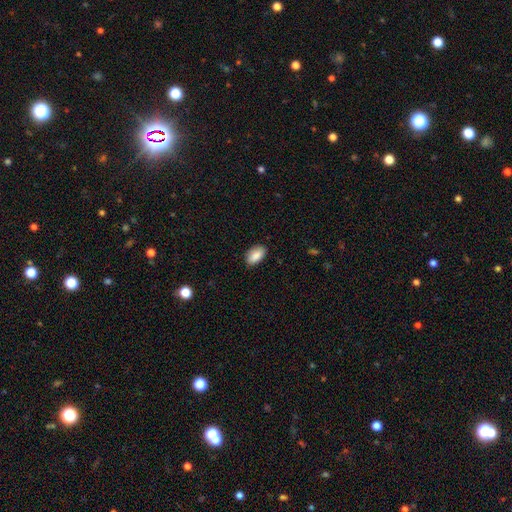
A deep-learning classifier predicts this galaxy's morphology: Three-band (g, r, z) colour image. It shows a smooth galaxy with no disk features (89%) that is in between round and cigar-shaped (94%). Merging: none (86%).